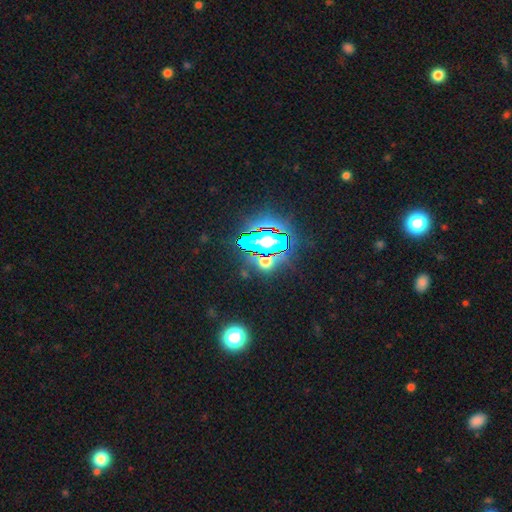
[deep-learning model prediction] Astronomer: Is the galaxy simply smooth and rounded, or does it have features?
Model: star or artifact — 82%.